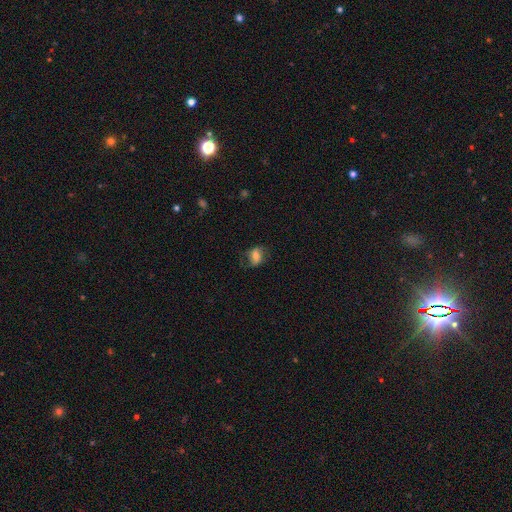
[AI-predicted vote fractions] Morphology: type=smooth (59%); roundness=in between (68%); merging=none (66%).